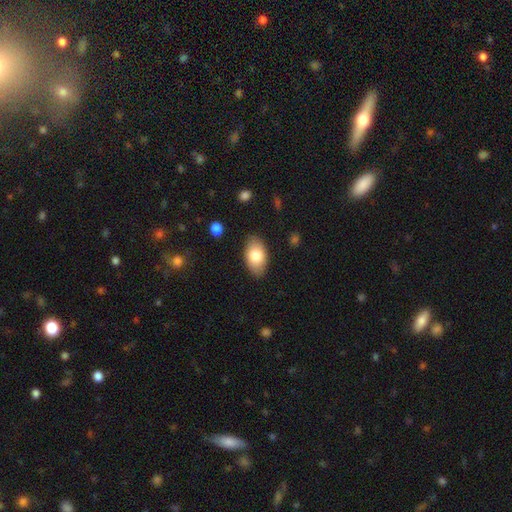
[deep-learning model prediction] This is likely a smooth galaxy (80%). How rounded: clearly in between (93%). Merging: clearly none (85%).